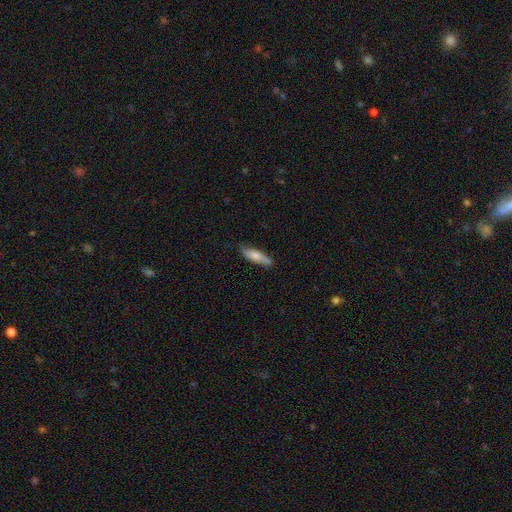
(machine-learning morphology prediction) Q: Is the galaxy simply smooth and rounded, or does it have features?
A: smooth — 71%.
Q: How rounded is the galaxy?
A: cigar-shaped — 62%.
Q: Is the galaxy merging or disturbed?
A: none — 75%.